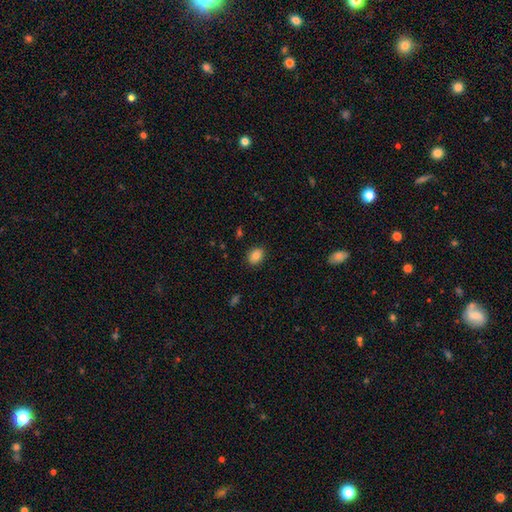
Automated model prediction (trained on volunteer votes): Morphology: type=smooth (83%); roundness=in between (58%); merging=none (88%).